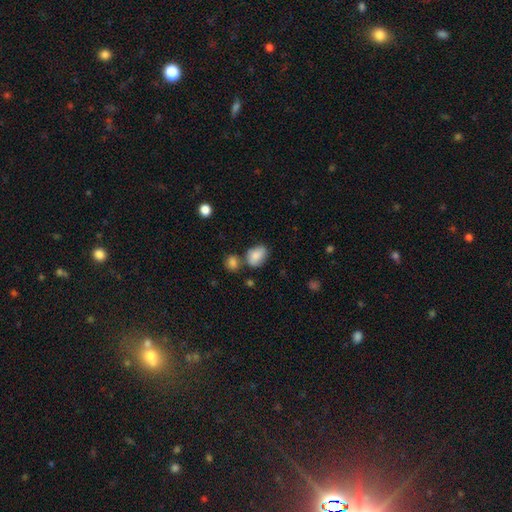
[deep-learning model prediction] Smooth or featured: smooth — 84% (featured or disk — 8%)
How rounded: in between — 79% (round — 20%)
Merging: none — 57% (minor disturbance — 21%)